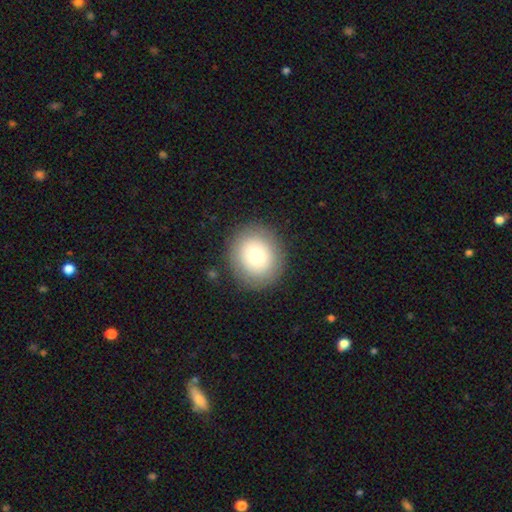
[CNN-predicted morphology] This is likely a smooth galaxy (77%). How rounded: clearly round (85%). Merging: clearly none (88%).